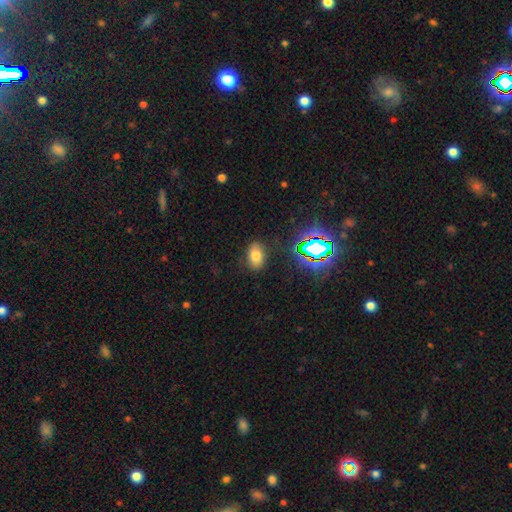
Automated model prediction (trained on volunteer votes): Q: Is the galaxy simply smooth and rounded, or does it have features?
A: smooth — 70%.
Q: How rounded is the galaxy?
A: in between — 86%.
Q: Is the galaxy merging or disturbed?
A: none — 85%.